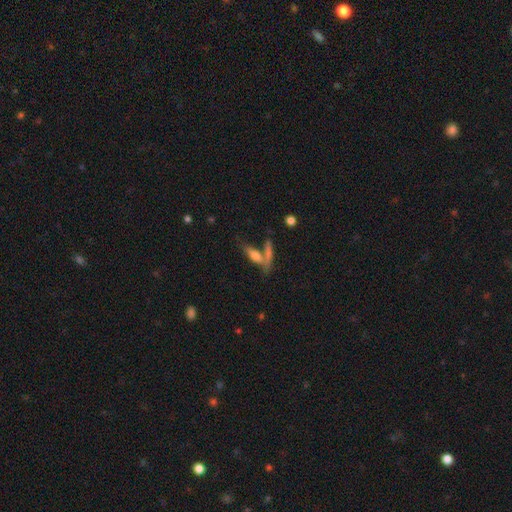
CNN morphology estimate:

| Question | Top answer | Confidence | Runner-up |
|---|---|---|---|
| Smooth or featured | smooth | 64% | featured or disk (27%) |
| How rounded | cigar-shaped | 56% | in between (40%) |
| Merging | none | 45% | merger (38%) |